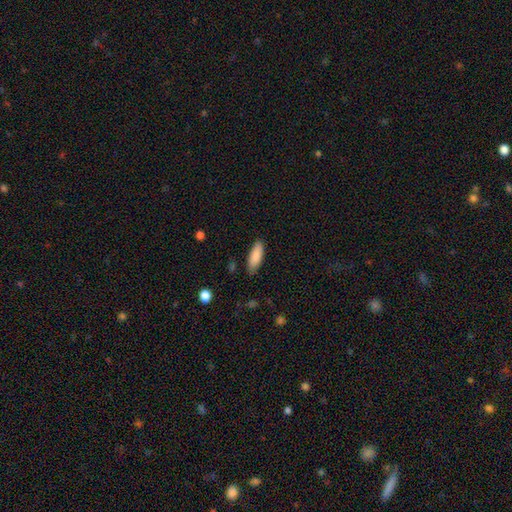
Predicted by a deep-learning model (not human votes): Smooth or featured? smooth (87%)
How rounded? in between (64%)
Merging? none (82%)